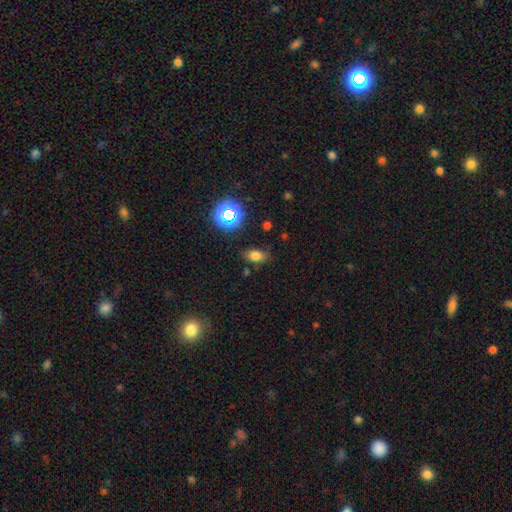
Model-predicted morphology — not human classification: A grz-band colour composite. It shows a smooth galaxy with no disk features (74%) that is in between round and cigar-shaped (83%). Merging: none (80%).